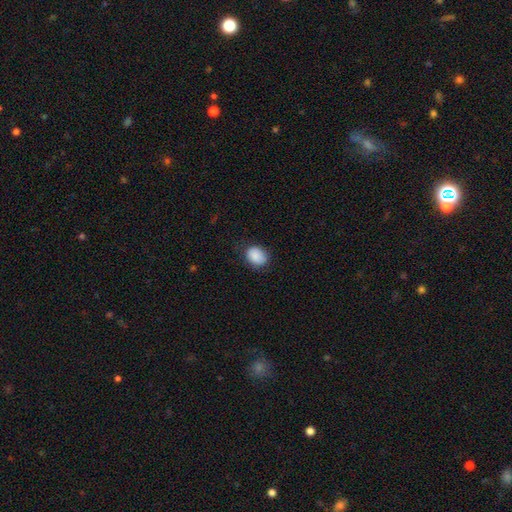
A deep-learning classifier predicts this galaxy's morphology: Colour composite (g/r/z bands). It shows a smooth galaxy with no disk features (87%) that is in between round and cigar-shaped (62%). Merging: none (74%).